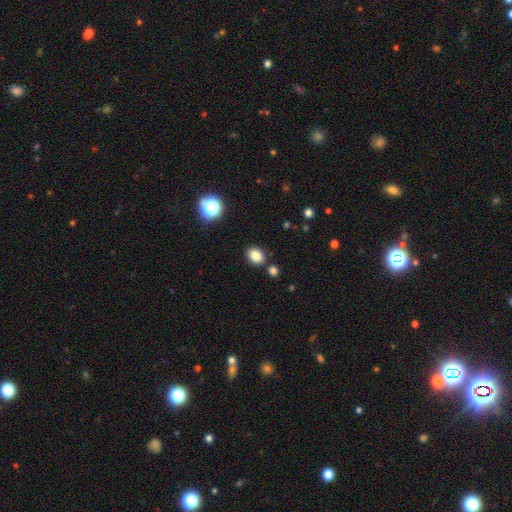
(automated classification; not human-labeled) Smooth or featured: smooth — 84% (star or artifact — 11%)
How rounded: in between — 64% (round — 35%)
Merging: none — 82% (minor disturbance — 10%)